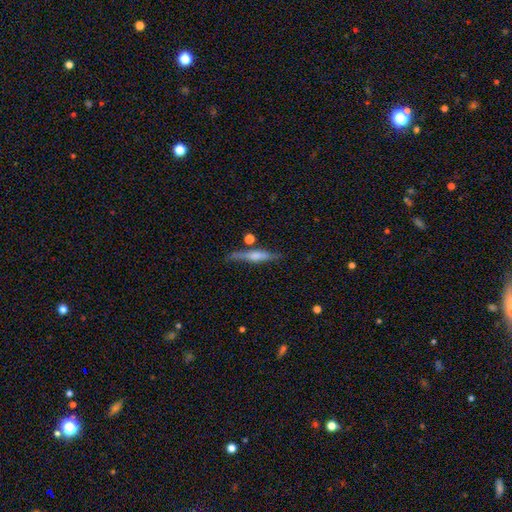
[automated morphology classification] Smooth or featured? featured or disk (53%)
Edge-on disk? yes (95%)
Merging? none (76%)